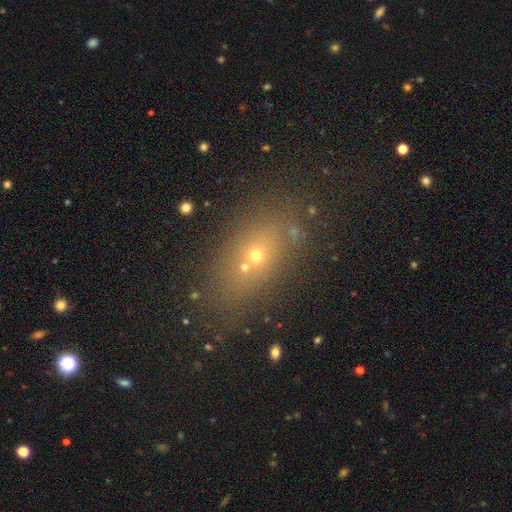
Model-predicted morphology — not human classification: A smooth galaxy with no disk features (50%) that is in between round and cigar-shaped (64%). Merging: none (69%).